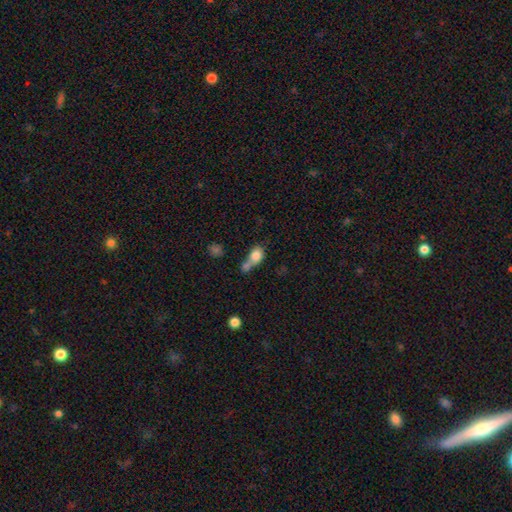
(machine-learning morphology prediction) The model was most divided on "how rounded": in between: 59%, round: 35%, cigar-shaped: 6%. More confident: smooth or featured — smooth (77%); merging — merger (54%).